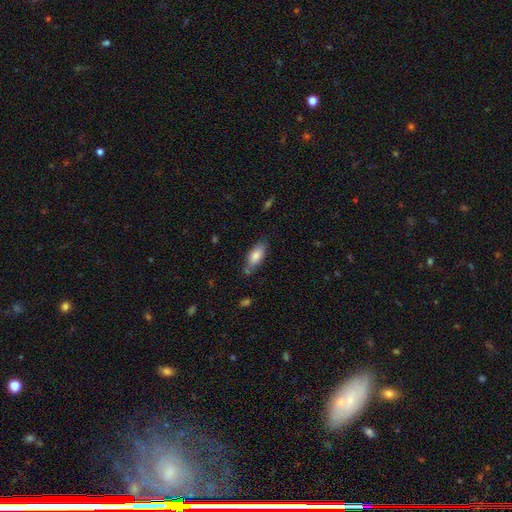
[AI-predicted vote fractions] Q: Smooth or featured?
A: smooth (81%); runner-up: featured or disk (12%)
Q: How rounded?
A: in between (81%); runner-up: cigar-shaped (17%)
Q: Merging?
A: none (70%); runner-up: minor disturbance (19%)